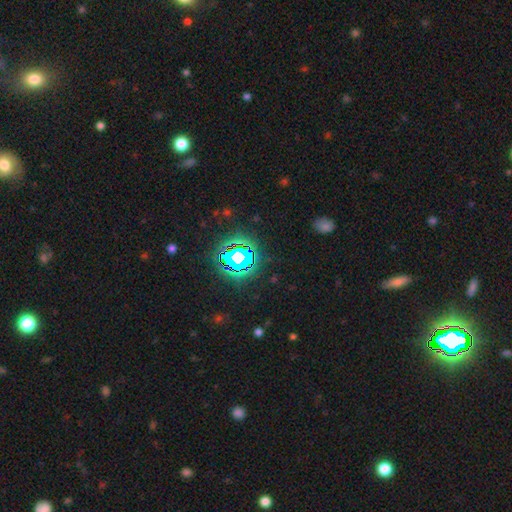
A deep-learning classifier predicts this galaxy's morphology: Overall: star or artifact (82%).